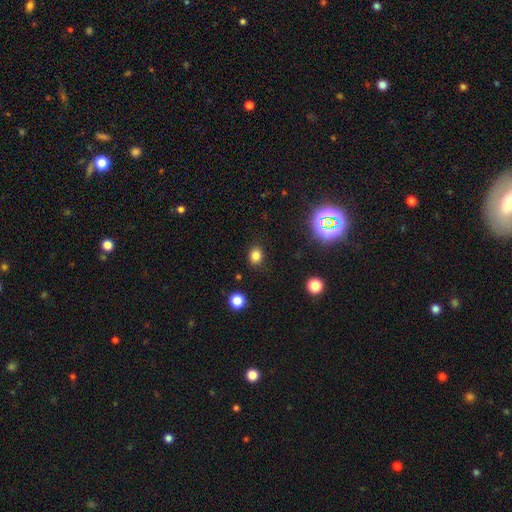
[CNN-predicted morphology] A smooth galaxy with no disk features (81%) that is round (61%). Merging: none (87%).